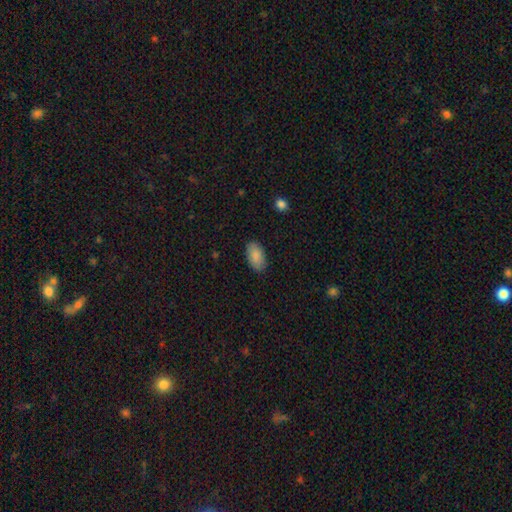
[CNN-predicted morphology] type=smooth (89%); roundness=in between (95%); merging=none (86%).